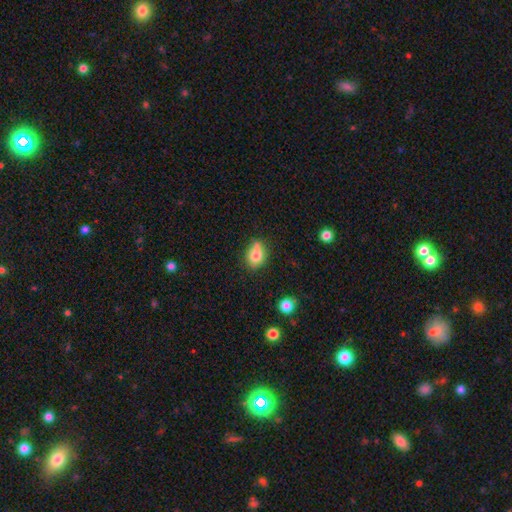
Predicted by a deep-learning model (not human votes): Smooth or featured? smooth (69%)
How rounded? in between (68%)
Merging? none (51%)